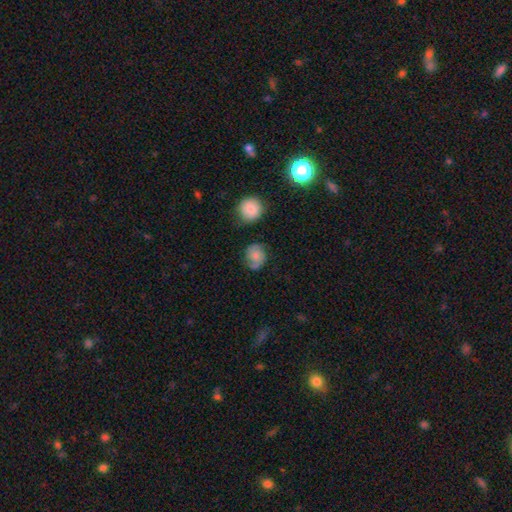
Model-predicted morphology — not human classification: The model was most divided on "smooth or featured": smooth: 46%, featured or disk: 44%, star or artifact: 9%. More confident: merging — none (64%).